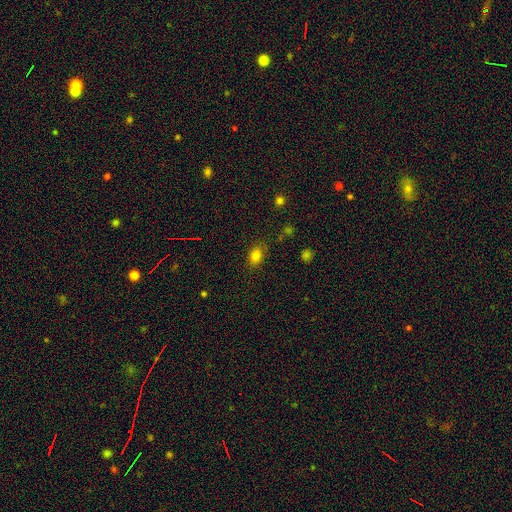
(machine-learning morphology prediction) Smooth or featured? Predicted: smooth (p=0.81). How rounded? Predicted: in between (p=0.77). Merging? Predicted: none (p=0.82).